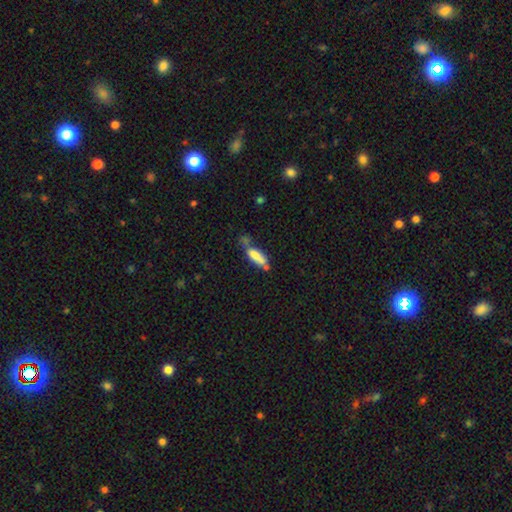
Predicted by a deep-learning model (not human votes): The model was most divided on "how rounded" (2-way tie): in between: 49%, cigar-shaped: 49%, round: 2%. Remaining: smooth or featured — smooth (71%); merging — none (42%).